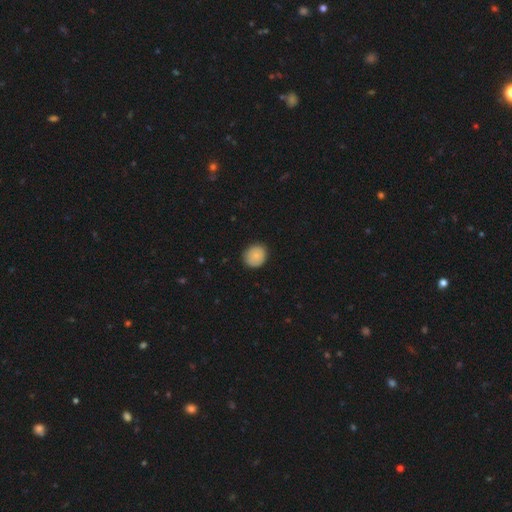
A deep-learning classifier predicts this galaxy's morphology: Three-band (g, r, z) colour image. It shows a smooth galaxy with no disk features (87%) that is round (81%). Merging: none (88%).